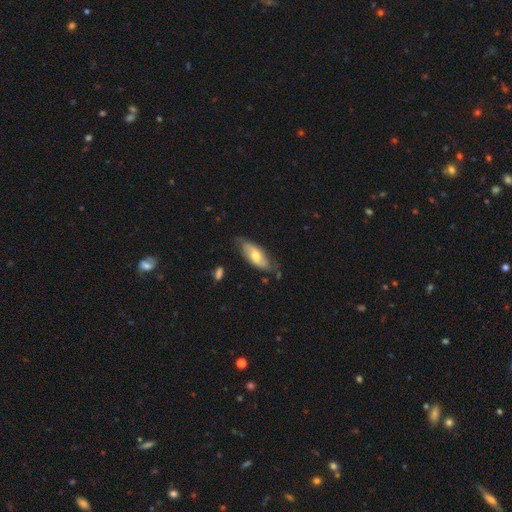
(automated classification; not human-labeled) A smooth galaxy with no disk features (49%). Merging: none (69%).